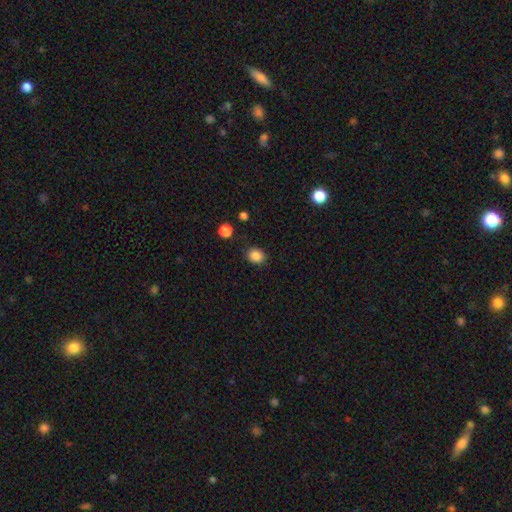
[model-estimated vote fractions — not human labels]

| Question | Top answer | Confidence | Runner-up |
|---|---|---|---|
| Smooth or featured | smooth | 86% | star or artifact (11%) |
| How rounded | round | 66% | in between (33%) |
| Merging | none | 85% | minor disturbance (10%) |